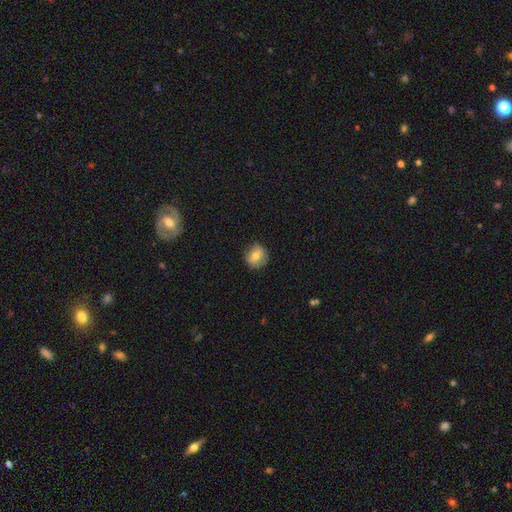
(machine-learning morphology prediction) Smooth or featured? smooth (69%)
How rounded? round (81%)
Merging? none (83%)